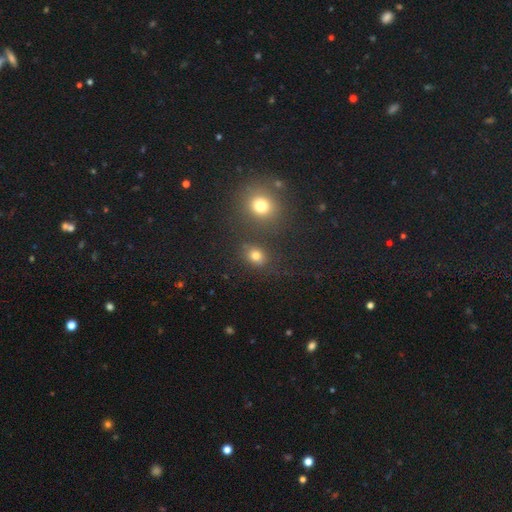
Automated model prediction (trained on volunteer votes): A smooth galaxy with no disk features (76%) that is round (63%).

Vote fractions:
- Smooth or featured? smooth: 76% / star or artifact: 18% / featured or disk: 7%
- How rounded? round: 63% / in between: 36% / cigar-shaped: 1%
- Merging? none: 76% / merger: 10% / minor disturbance: 10% / major disturbance: 4%